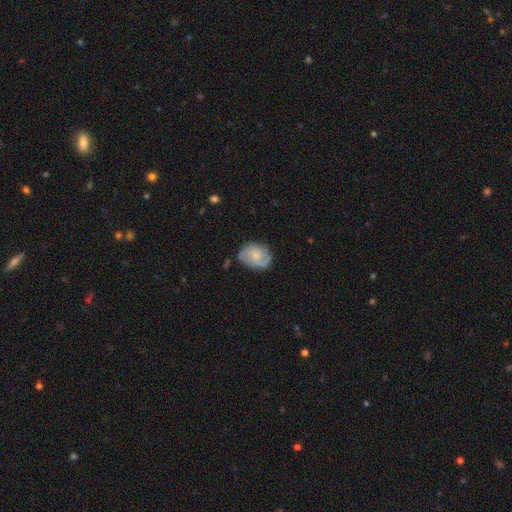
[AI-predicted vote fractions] Overall: featured or disk (52%; smooth 41%). Edge-on disk: no (97%). Bar: no (74%). Spiral arms: yes (84%). Bulge size: small (51%; moderate 38%). Merging: none (65%; minor disturbance 25%).